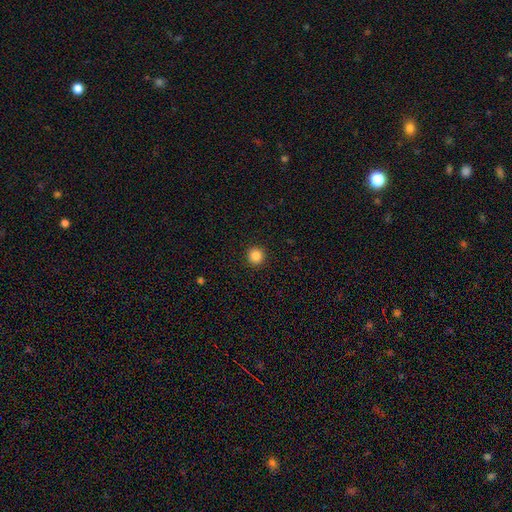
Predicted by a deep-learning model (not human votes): smooth-or-featured: smooth: 85% | star or artifact: 11% | featured or disk: 4%
  how-rounded: round: 96% | in between: 3% | cigar-shaped: 1%
  merging: none: 93% | minor disturbance: 4% | major disturbance: 2% | merger: 1%